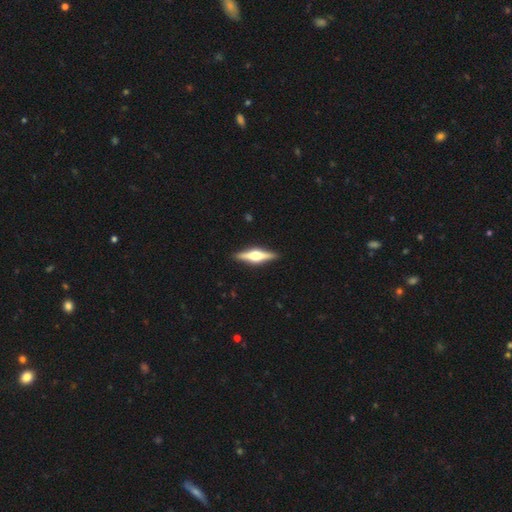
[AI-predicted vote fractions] Smooth or featured? Predicted: featured or disk (p=0.75). Edge-on disk? Predicted: yes (p=0.98). Edge-on bulge? Predicted: rounded (p=0.93). Merging? Predicted: none (p=0.92).